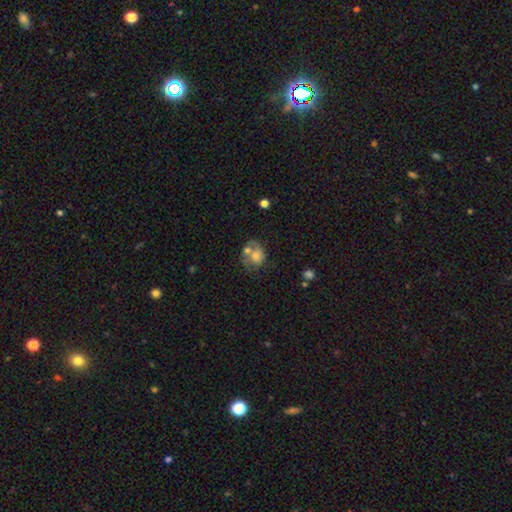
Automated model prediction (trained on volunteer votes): Smooth or featured? smooth (59%)
How rounded? round (54%)
Merging? merger (40%)